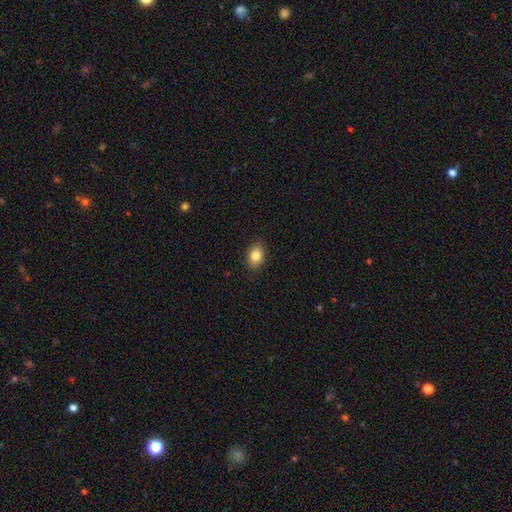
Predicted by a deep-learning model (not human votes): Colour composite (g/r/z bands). It shows a smooth galaxy with no disk features (84%) that is in between round and cigar-shaped (76%). Merging: none (88%).